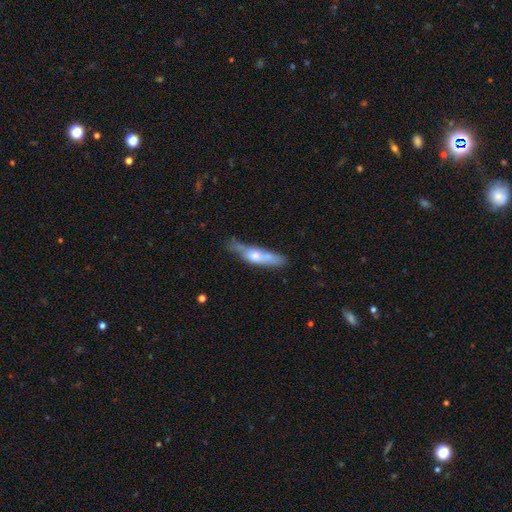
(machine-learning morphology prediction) smooth_or_featured: smooth (p=0.49) [alt: featured or disk p=0.45]
merging: none (p=0.55) [alt: minor disturbance p=0.28]